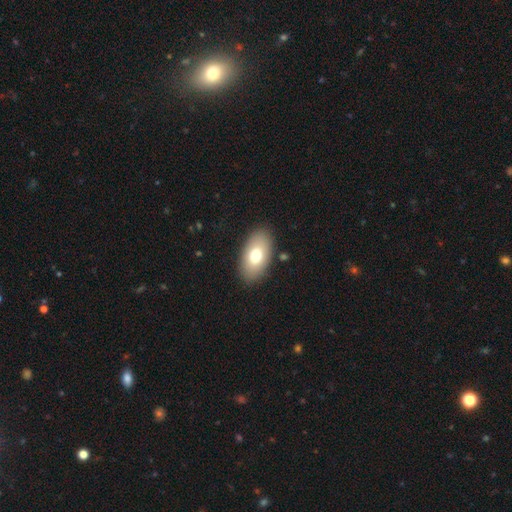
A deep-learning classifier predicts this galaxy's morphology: This is likely a smooth galaxy (75%). How rounded: clearly in between (94%). Merging: clearly none (87%).